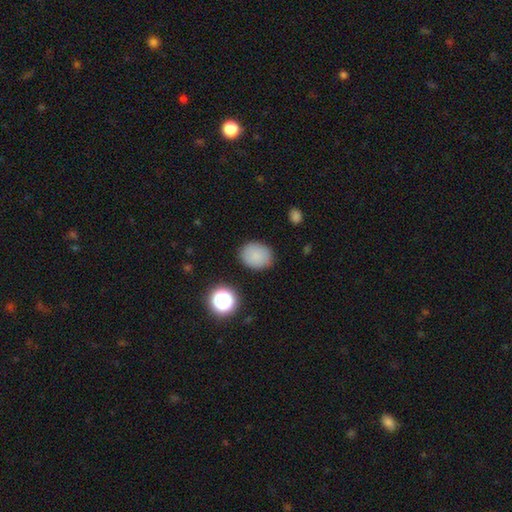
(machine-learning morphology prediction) A smooth galaxy with no disk features (84%) that is round (52%).

Vote fractions:
- Smooth or featured? smooth: 84% / star or artifact: 11% / featured or disk: 6%
- How rounded? round: 52% / in between: 47% / cigar-shaped: 1%
- Merging? none: 86% / minor disturbance: 10% / major disturbance: 3% / merger: 2%